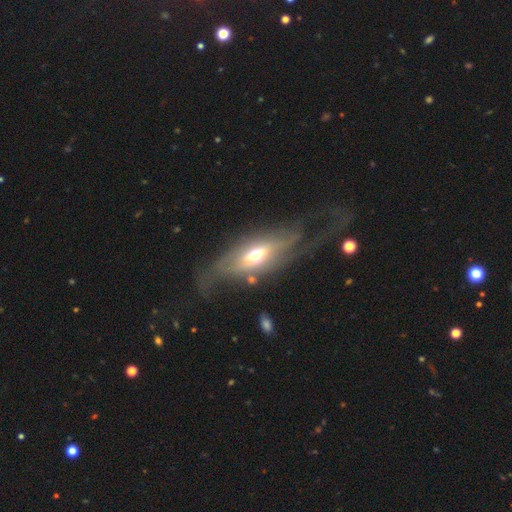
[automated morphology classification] smooth_or_featured: featured or disk (p=0.61) [alt: smooth p=0.31]
disk_edge_on: no (p=0.50) [tied with: yes p=0.50]
merging: none (p=0.49) [alt: major disturbance p=0.26]